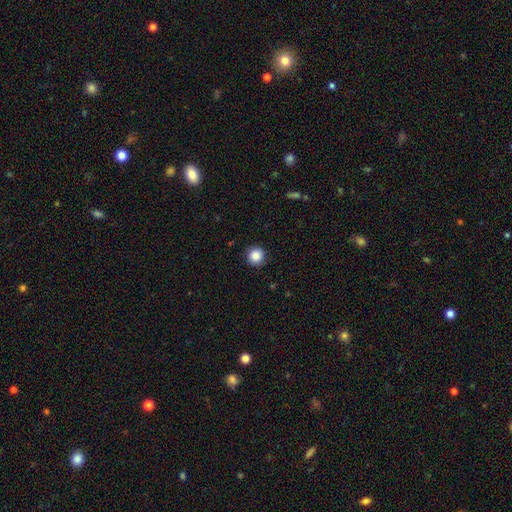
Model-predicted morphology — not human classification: type=smooth (87%); roundness=round (95%); merging=none (92%).